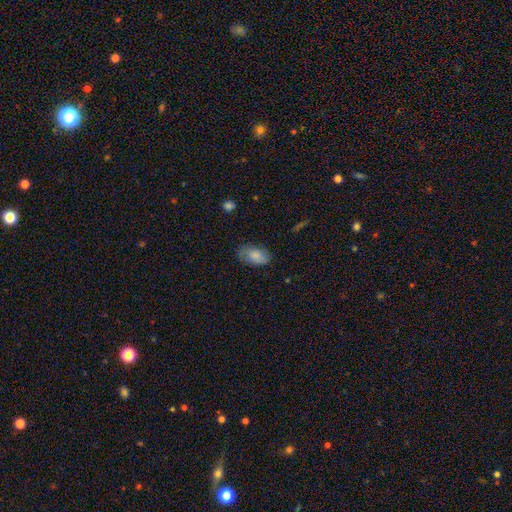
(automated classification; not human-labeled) This appears to be a smooth galaxy with no disk features (82%) that is in between round and cigar-shaped (93%). Merging: none (73%).